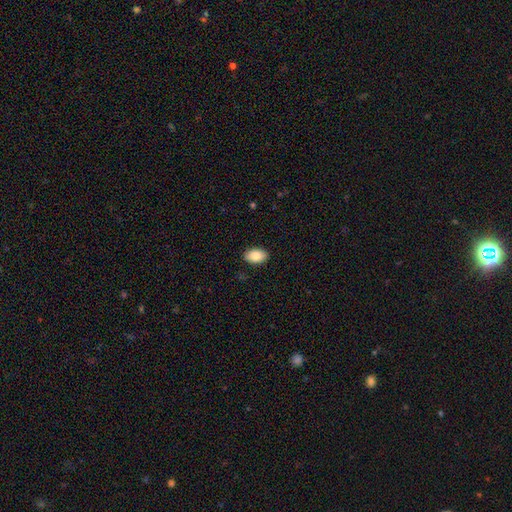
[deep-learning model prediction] smooth 85%, featured or disk 8%, star or artifact 7%. Down the decision tree: how rounded — in between (91%); merging — none (90%).